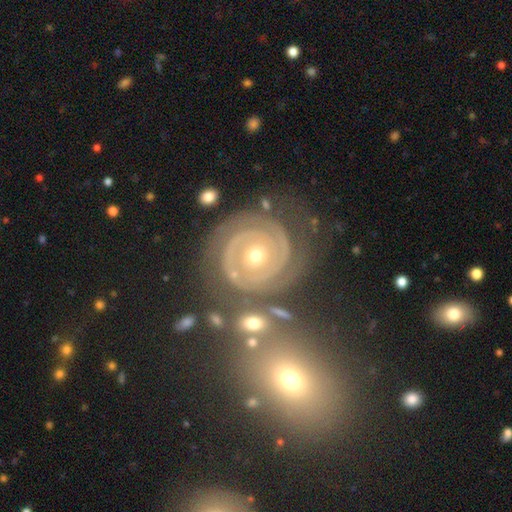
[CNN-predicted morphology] Smooth or featured: featured or disk — 89% (star or artifact — 6%)
Edge-on disk: no — 98% (yes — 2%)
Bar: no — 76% (weak — 16%)
Spiral arms: yes — 97% (no — 3%)
Spiral winding: tight — 87% (medium — 11%)
Spiral arm count: 2 — 69% (3 — 11%)
Bulge size: moderate — 49% (small — 47%)
Merging: none — 73% (minor disturbance — 14%)